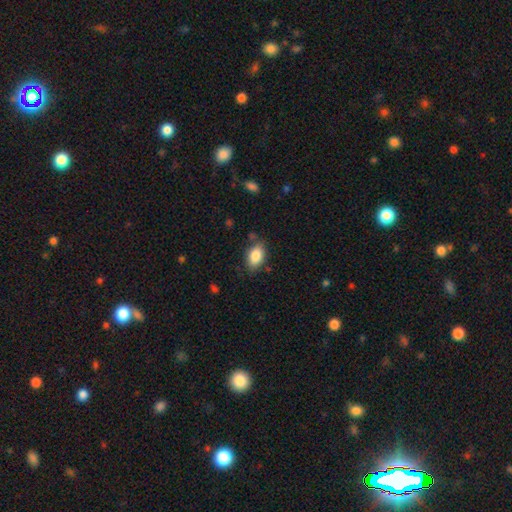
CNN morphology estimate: Overall: smooth (85%). How rounded: in between (90%). Merging: none (79%).